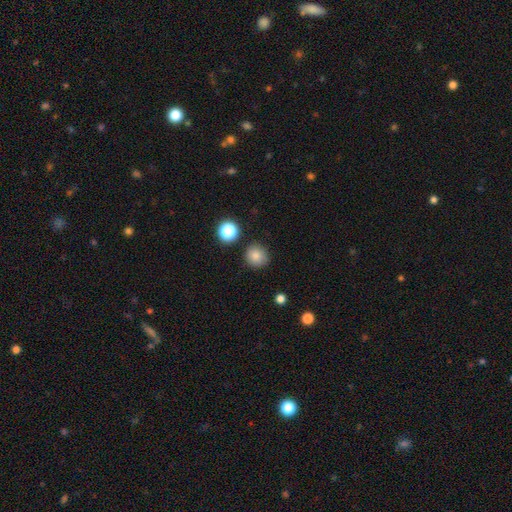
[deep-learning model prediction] smooth 83%, star or artifact 11%, featured or disk 5%. Down the decision tree: how rounded — round (90%); merging — none (87%).